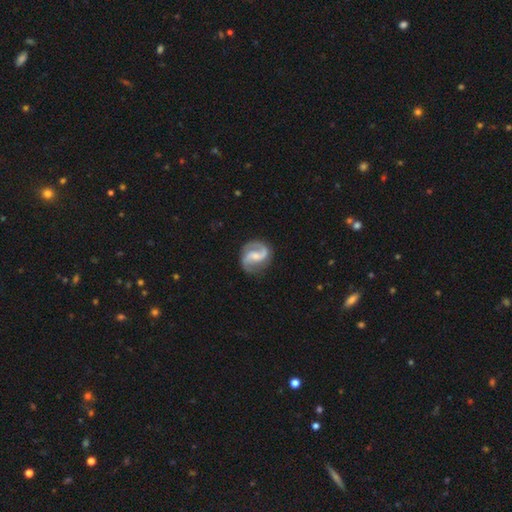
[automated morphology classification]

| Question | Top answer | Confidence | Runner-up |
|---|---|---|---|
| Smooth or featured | featured or disk | 89% | smooth (7%) |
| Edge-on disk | no | 98% | yes (2%) |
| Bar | weak | 47% | no (31%) |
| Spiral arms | yes | 98% | no (2%) |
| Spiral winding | medium | 52% | loose (32%) |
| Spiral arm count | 2 | 93% | can't tell (2%) |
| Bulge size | small | 42% | moderate (39%) |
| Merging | none | 81% | minor disturbance (13%) |